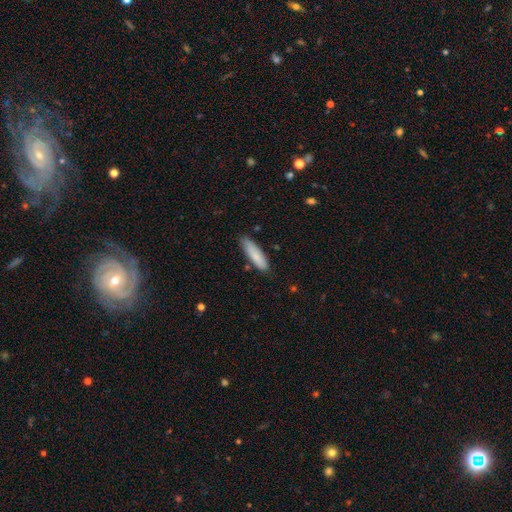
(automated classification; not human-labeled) Q: Smooth or featured?
A: smooth (83%); runner-up: featured or disk (11%)
Q: How rounded?
A: cigar-shaped (60%); runner-up: in between (38%)
Q: Merging?
A: none (79%); runner-up: minor disturbance (16%)